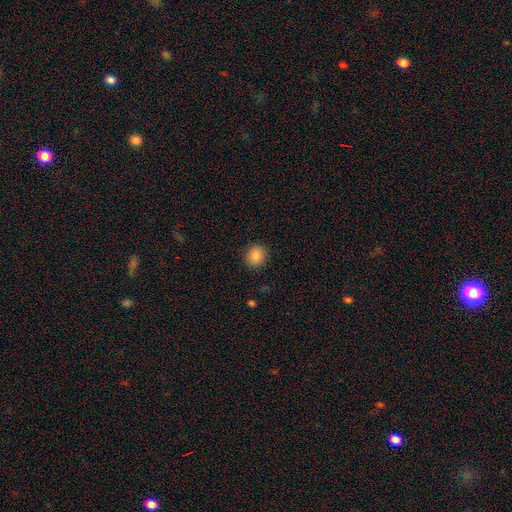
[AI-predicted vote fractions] This is clearly a smooth galaxy (86%). How rounded: clearly round (82%). Merging: clearly none (90%).